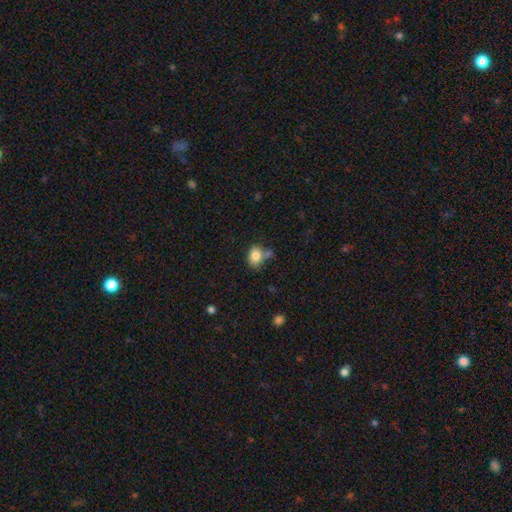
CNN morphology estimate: This is clearly a smooth galaxy (83%). How rounded: likely in between (64%). Merging: possibly none (56%).